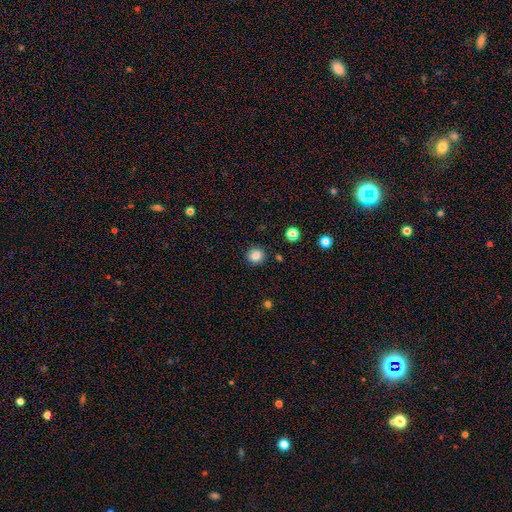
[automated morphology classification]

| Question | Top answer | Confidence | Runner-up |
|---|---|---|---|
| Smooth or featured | smooth | 84% | star or artifact (11%) |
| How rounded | round | 90% | in between (9%) |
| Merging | none | 89% | minor disturbance (7%) |